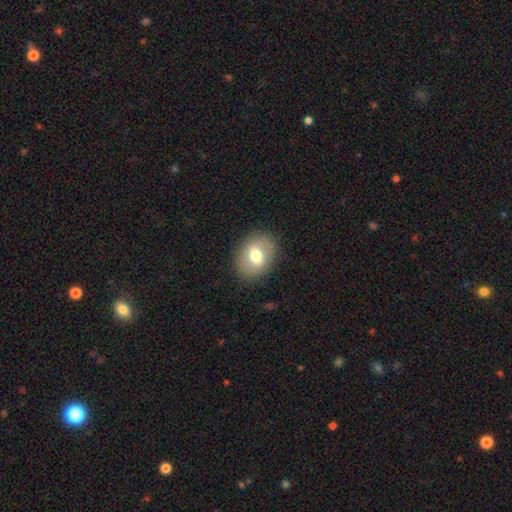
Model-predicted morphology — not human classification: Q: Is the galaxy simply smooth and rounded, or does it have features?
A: smooth — 67%.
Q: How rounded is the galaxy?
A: in between — 66%.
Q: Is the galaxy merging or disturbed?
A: none — 86%.